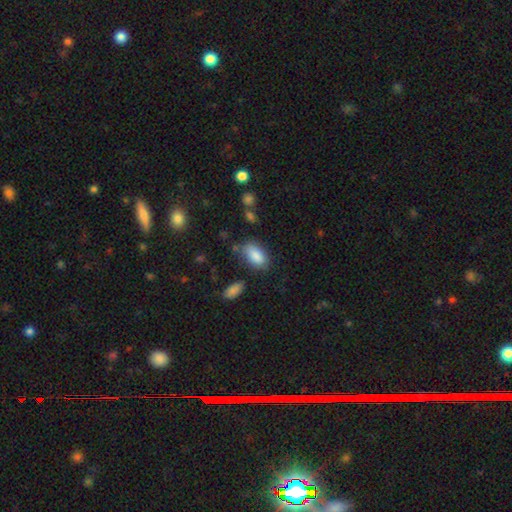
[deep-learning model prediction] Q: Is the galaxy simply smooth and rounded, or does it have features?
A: smooth — 86%.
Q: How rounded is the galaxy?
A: in between — 92%.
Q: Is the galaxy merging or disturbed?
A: none — 68%.